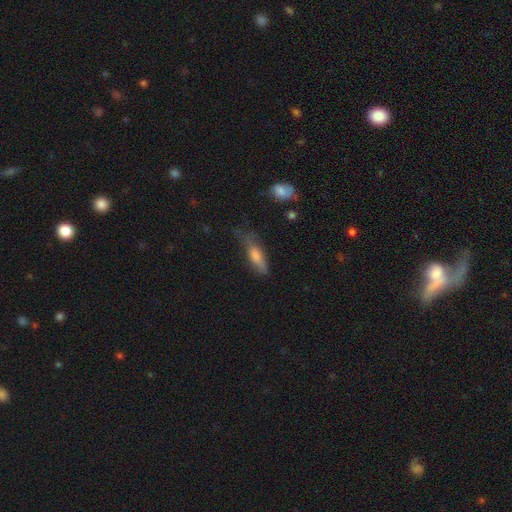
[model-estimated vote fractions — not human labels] This is likely a smooth galaxy (66%). How rounded: possibly cigar-shaped (57%). Merging: possibly none (46%).